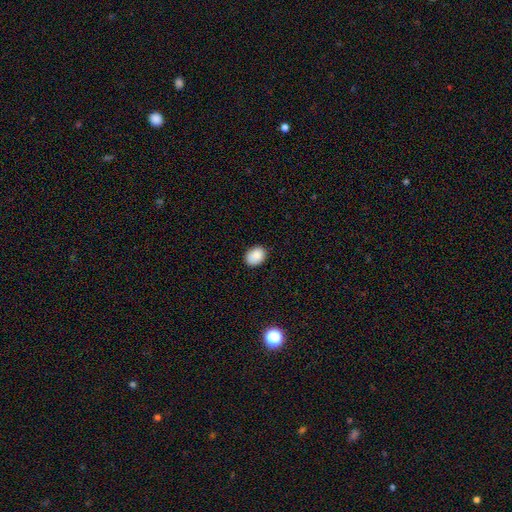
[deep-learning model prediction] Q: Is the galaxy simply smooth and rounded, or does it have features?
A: smooth — 88%.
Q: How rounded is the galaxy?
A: in between — 68%.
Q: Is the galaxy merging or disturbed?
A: none — 85%.